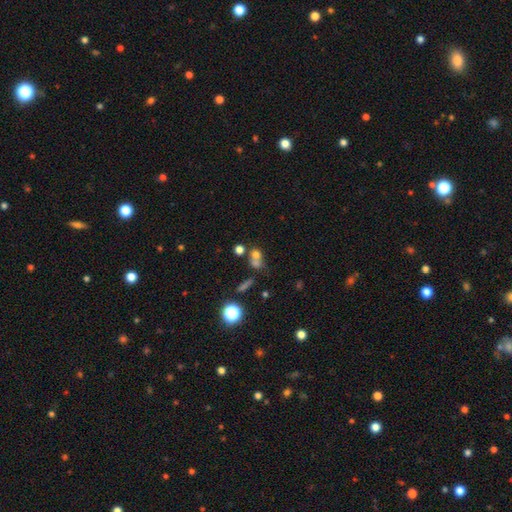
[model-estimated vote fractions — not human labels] Smooth or featured? Predicted: smooth (p=0.65). How rounded? Predicted: round (p=0.67). Merging? Predicted: merger (p=0.52).